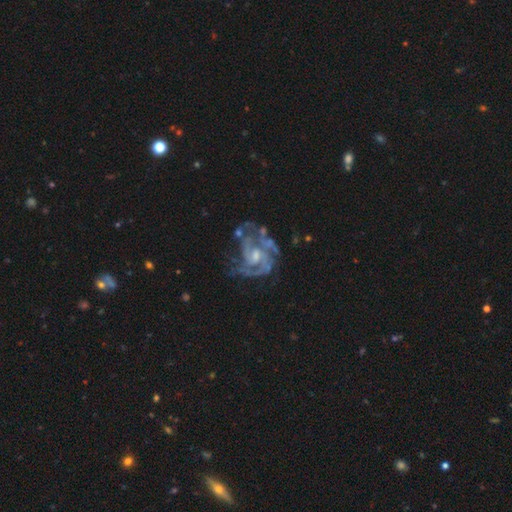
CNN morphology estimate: This is clearly a featured or disk galaxy (87%). It is clearly not viewed edge-on (98%). Bar: possibly no (47%). Spiral arm pattern: clearly yes (93%). Spiral arm count: marginally 2 (33%). Spiral winding: possibly medium (47%). Central bulge: possibly small (45%). Merging: possibly none (47%).